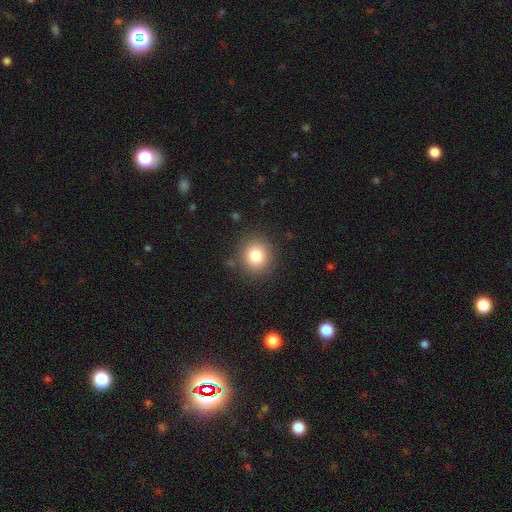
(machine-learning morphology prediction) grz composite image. It shows a smooth galaxy with no disk features (80%) that is round (88%). Merging: none (88%).